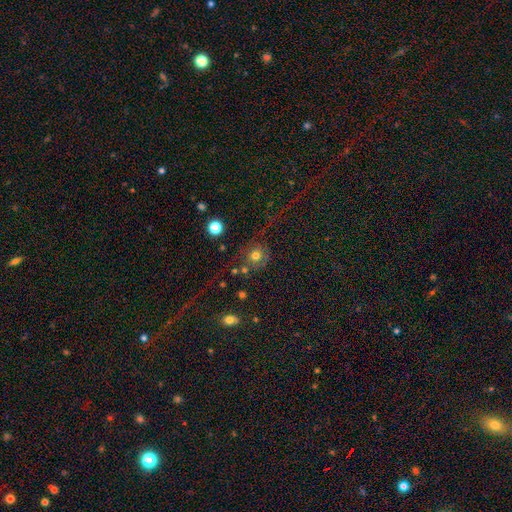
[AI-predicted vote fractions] Smooth or featured? smooth (67%)
How rounded? round (86%)
Merging? none (63%)